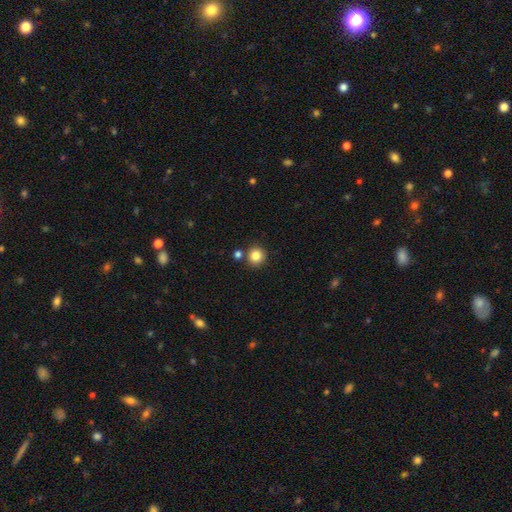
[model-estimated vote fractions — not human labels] Smooth or featured?
  - smooth: 85% *
  - star or artifact: 11%
  - featured or disk: 5%
How rounded?
  - round: 92% *
  - in between: 7%
  - cigar-shaped: 1%
Merging?
  - none: 80% *
  - merger: 10%
  - minor disturbance: 8%
  - major disturbance: 2%